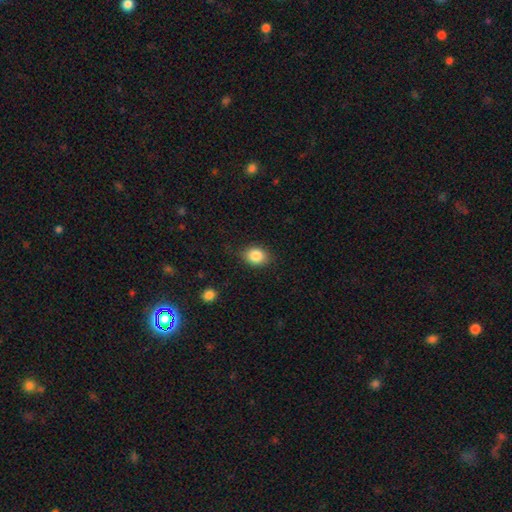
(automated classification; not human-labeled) A smooth galaxy with no disk features (85%) that is in between round and cigar-shaped (50%). Merging: none (79%).